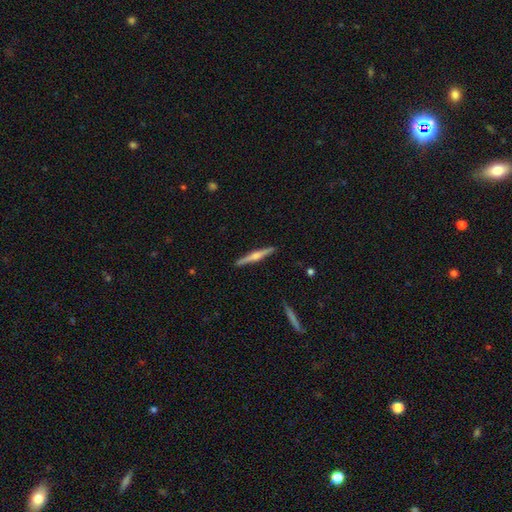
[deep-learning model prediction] Smooth or featured? featured or disk (71%)
Edge-on disk? yes (98%)
Edge-on bulge? rounded (80%)
Merging? none (91%)